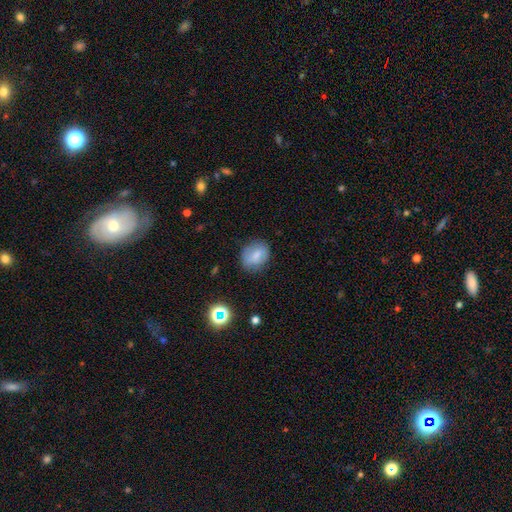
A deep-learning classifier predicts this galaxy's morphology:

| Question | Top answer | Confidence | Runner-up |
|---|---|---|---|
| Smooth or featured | smooth | 73% | featured or disk (17%) |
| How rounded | in between | 50% | round (49%) |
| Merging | none | 77% | minor disturbance (17%) |